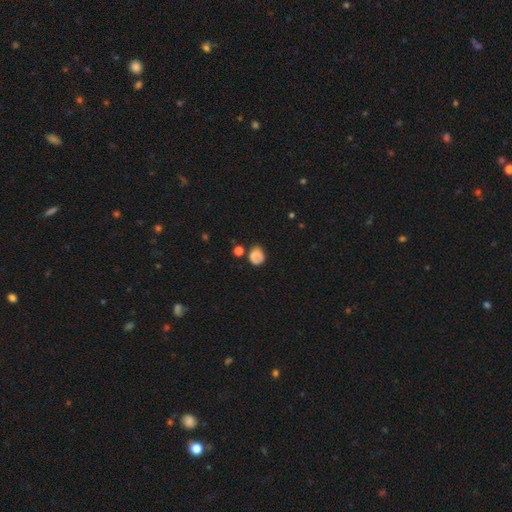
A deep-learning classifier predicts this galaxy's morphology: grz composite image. It shows a smooth galaxy with no disk features (65%) that is round (76%). Merging: none (61%).